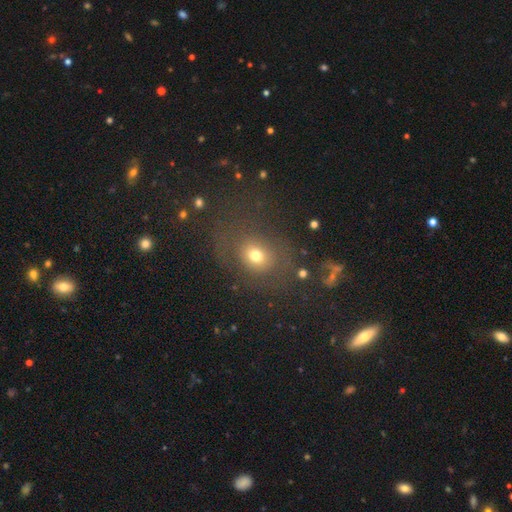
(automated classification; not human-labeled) This is likely a smooth galaxy (69%). How rounded: possibly round (58%). Merging: likely none (68%).